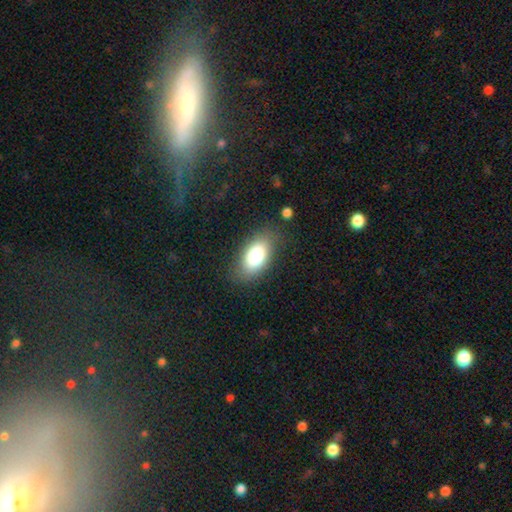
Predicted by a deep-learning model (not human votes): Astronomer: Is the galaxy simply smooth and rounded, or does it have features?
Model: smooth — 78%.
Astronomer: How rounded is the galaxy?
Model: in between — 91%.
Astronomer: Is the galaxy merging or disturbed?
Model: none — 80%.